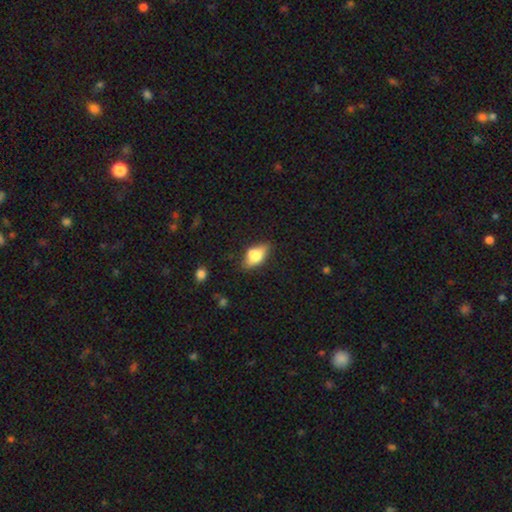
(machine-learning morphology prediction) A smooth galaxy with no disk features (65%) that is in between round and cigar-shaped (84%). Merging: none (64%).